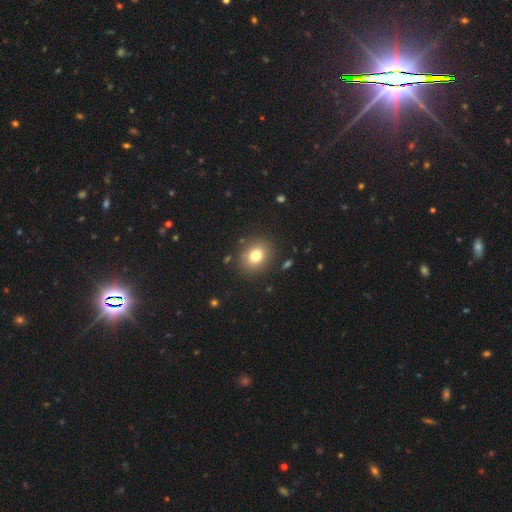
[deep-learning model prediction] A smooth galaxy with no disk features (79%) that is round (62%). Merging: none (87%).